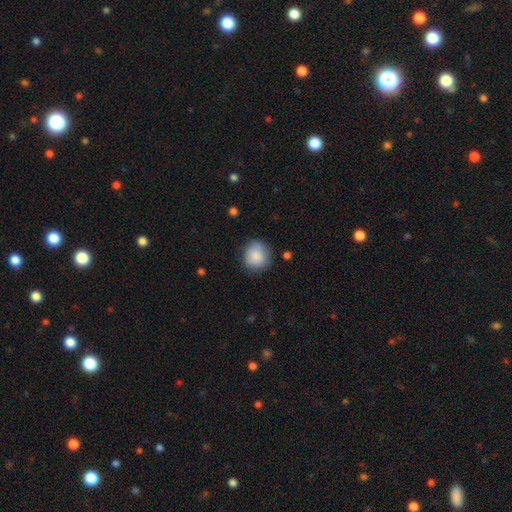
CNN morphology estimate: This appears to be a smooth galaxy with no disk features (87%) that is round (87%). Merging: none (80%).